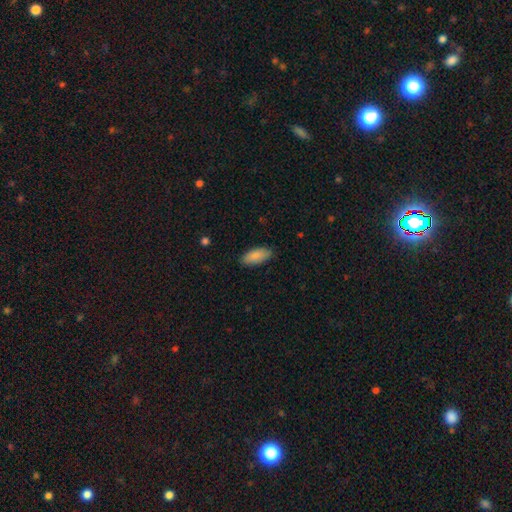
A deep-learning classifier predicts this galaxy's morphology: Smooth or featured? Predicted: smooth (p=0.87). How rounded? Predicted: in between (p=0.87). Merging? Predicted: none (p=0.86).